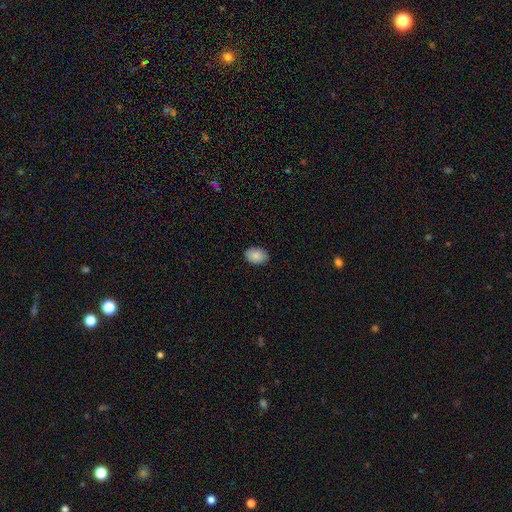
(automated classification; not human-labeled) Q: Smooth or featured?
A: smooth (88%); runner-up: star or artifact (7%)
Q: How rounded?
A: in between (80%); runner-up: round (19%)
Q: Merging?
A: none (87%); runner-up: minor disturbance (10%)